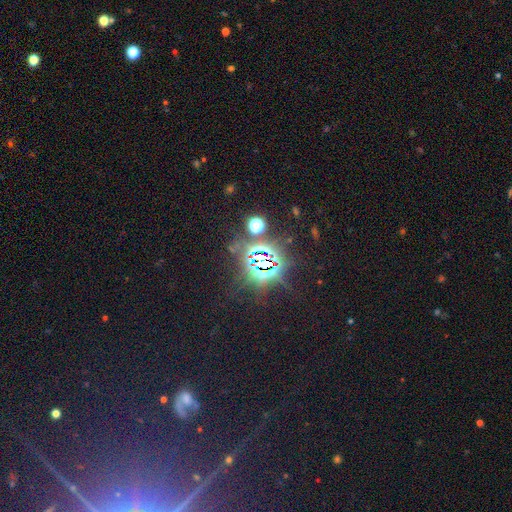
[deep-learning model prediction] Overall: star or artifact (83%).